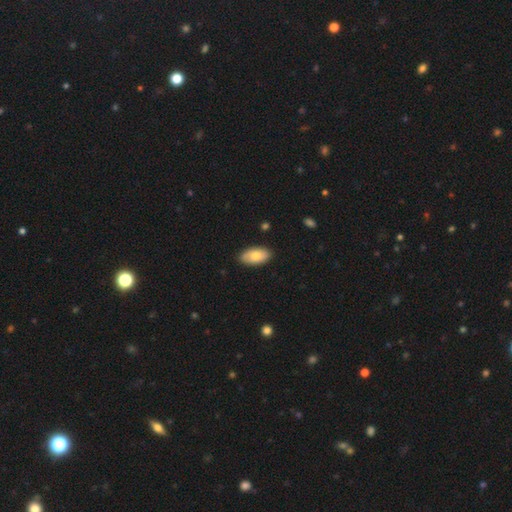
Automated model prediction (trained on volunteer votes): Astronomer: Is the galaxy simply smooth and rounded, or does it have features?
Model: smooth — 77%.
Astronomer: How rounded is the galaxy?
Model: in between — 95%.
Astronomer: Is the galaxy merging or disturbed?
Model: none — 86%.